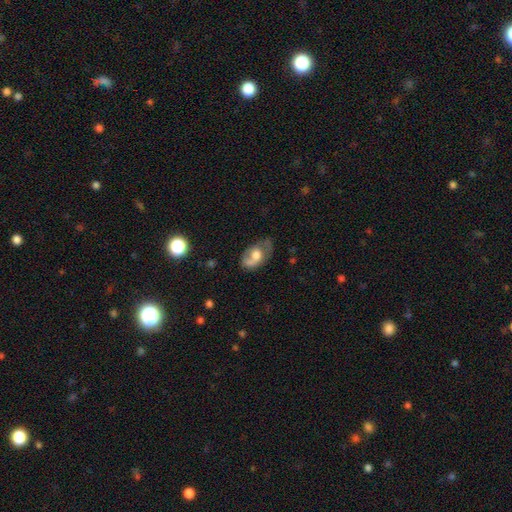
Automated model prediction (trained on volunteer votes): smooth 50%, featured or disk 42%, star or artifact 8%. Down the decision tree: how rounded — in between (86%); merging — none (42%).